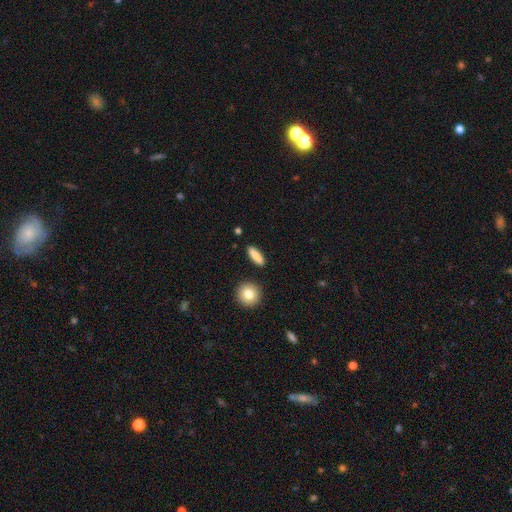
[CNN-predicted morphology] smooth-or-featured: smooth: 85% | featured or disk: 9% | star or artifact: 6%
  how-rounded: cigar-shaped: 48% | in between: 47% | round: 4%
  merging: none: 88% | minor disturbance: 8% | merger: 2% | major disturbance: 2%